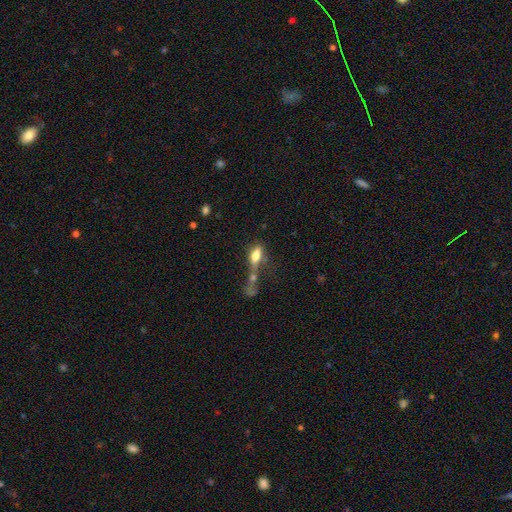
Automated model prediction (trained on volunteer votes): smooth_or_featured: smooth (p=0.67) [alt: featured or disk p=0.23]
how_rounded: in between (p=0.72) [alt: cigar-shaped p=0.21]
merging: merger (p=0.44) [alt: none p=0.23]